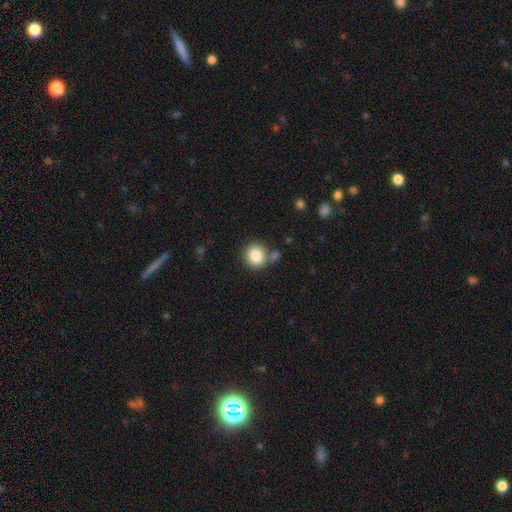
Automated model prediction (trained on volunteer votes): This appears to be a smooth galaxy with no disk features (85%) that is round (80%). Merging: none (70%).